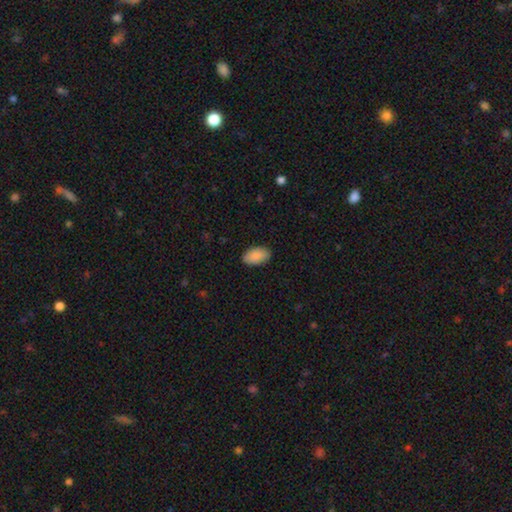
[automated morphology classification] This appears to be a smooth galaxy with no disk features (90%) that is in between round and cigar-shaped (95%). Merging: none (88%).